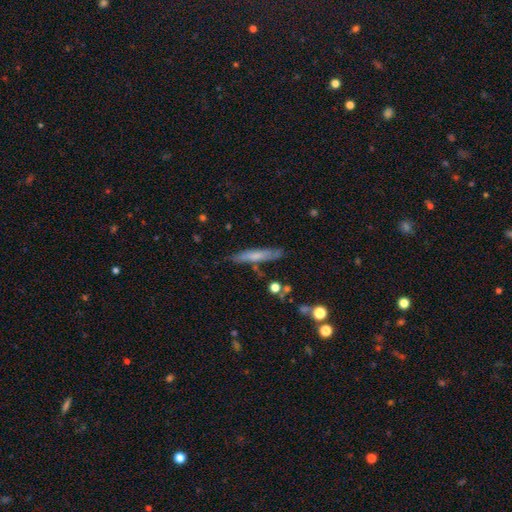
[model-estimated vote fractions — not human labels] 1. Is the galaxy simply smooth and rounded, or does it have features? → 57% smooth, 36% featured or disk, 7% star or artifact.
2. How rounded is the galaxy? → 89% cigar-shaped, 9% in between, 2% round.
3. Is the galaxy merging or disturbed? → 78% none, 15% minor disturbance, 4% merger, 3% major disturbance.